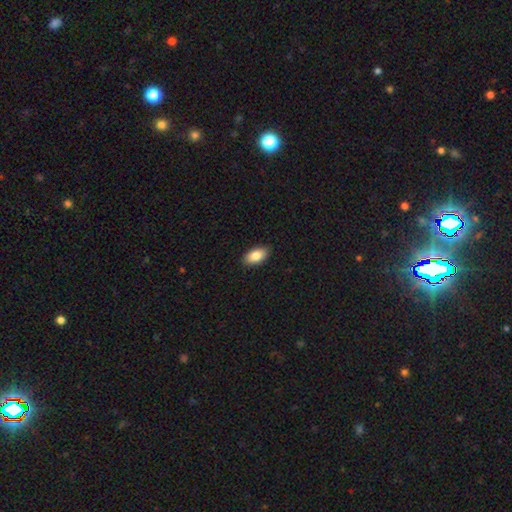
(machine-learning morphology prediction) A smooth galaxy with no disk features (85%) that is in between round and cigar-shaped (93%). Merging: none (90%).